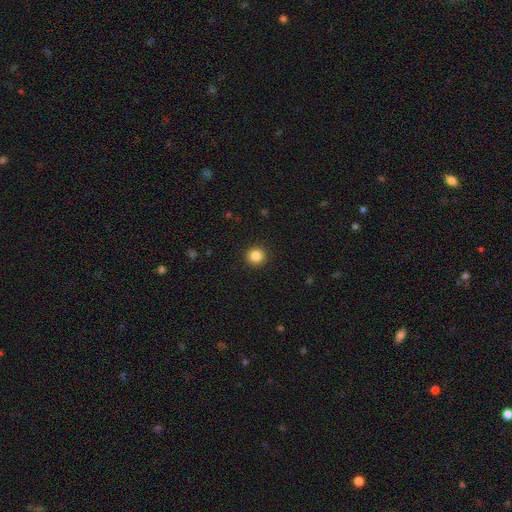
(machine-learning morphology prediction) The model was most divided on "smooth or featured": smooth: 85%, star or artifact: 11%, featured or disk: 4%. More confident: how rounded — round (95%); merging — none (93%).